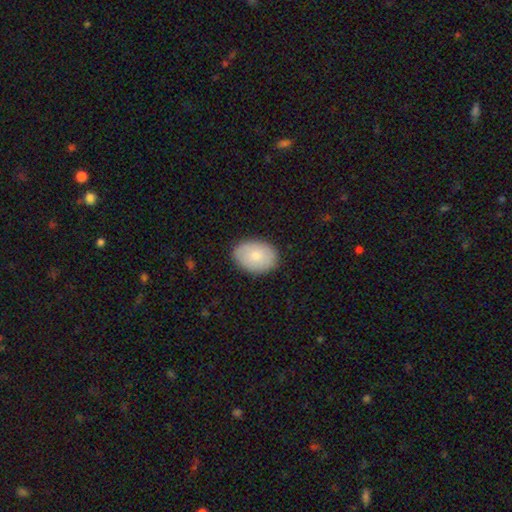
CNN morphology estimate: Smooth or featured? Predicted: smooth (p=0.78). How rounded? Predicted: in between (p=0.79). Merging? Predicted: none (p=0.86).